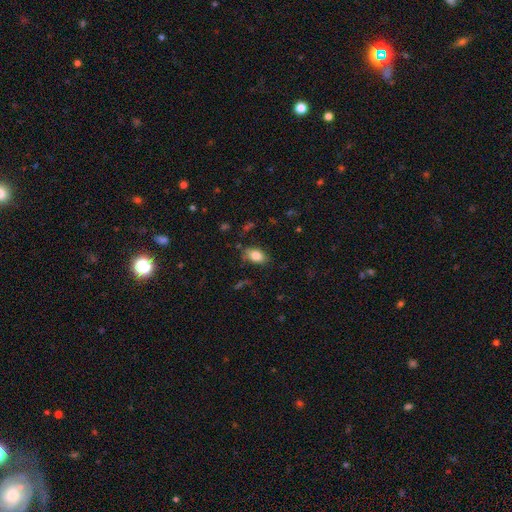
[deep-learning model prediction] This appears to be a smooth galaxy with no disk features (83%) that is in between round and cigar-shaped (89%). Merging: none (77%).